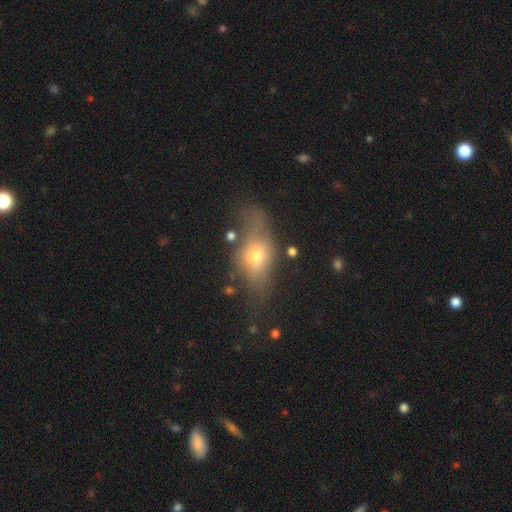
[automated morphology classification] Smooth or featured? Predicted: smooth (p=0.50). How rounded? Predicted: in between (p=0.70). Merging? Predicted: none (p=0.43).